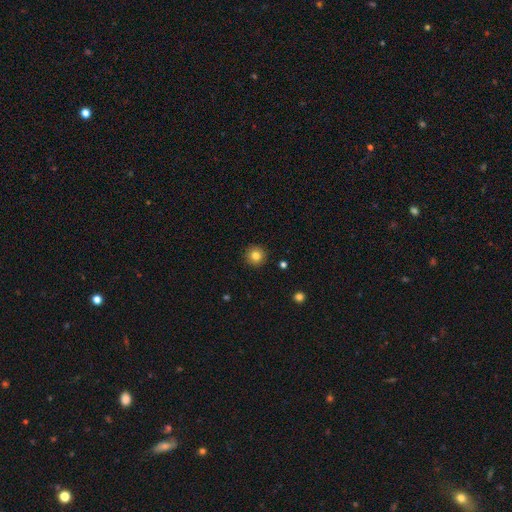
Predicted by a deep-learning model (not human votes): This is clearly a smooth galaxy (82%). How rounded: clearly round (95%). Merging: clearly none (92%).